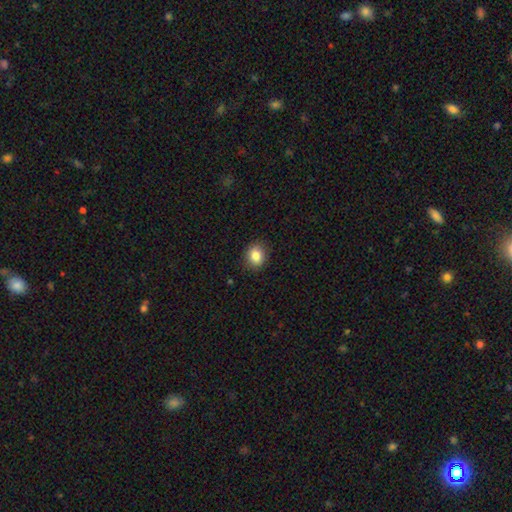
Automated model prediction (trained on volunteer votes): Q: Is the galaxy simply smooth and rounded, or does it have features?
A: smooth — 84%.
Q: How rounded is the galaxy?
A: round — 65%.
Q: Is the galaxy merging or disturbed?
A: none — 89%.